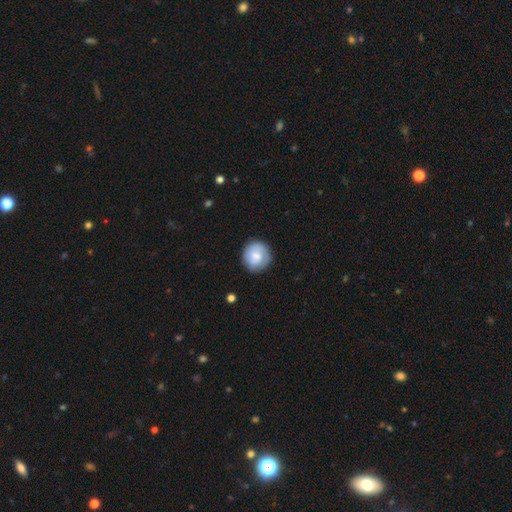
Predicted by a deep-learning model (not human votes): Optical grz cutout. It shows a smooth galaxy with no disk features (68%) that is round (88%). Merging: none (78%).